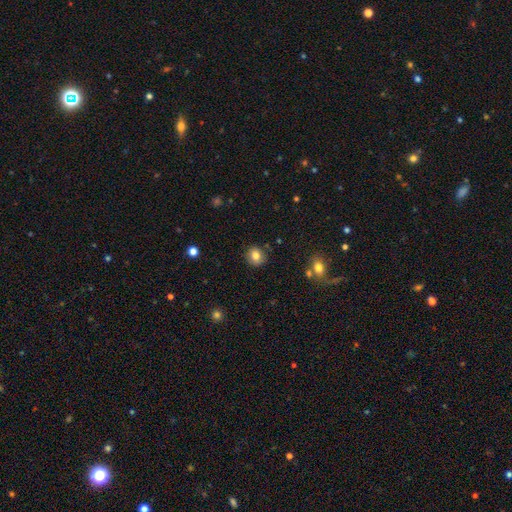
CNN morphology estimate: This appears to be a smooth galaxy with no disk features (82%) that is round (77%). Merging: none (87%).